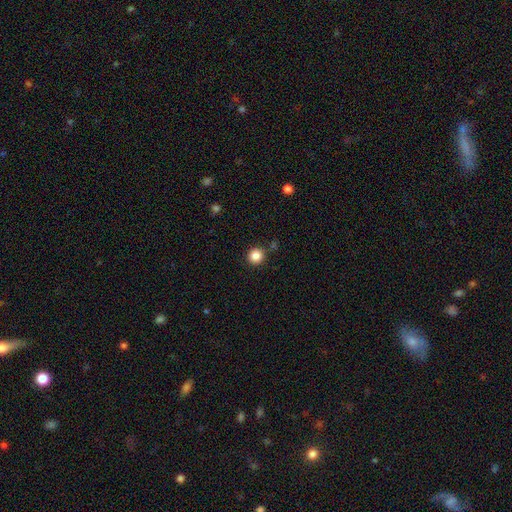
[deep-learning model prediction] Smooth or featured?
  - smooth: 85% *
  - star or artifact: 11%
  - featured or disk: 4%
How rounded?
  - round: 94% *
  - in between: 5%
  - cigar-shaped: 1%
Merging?
  - none: 87% *
  - minor disturbance: 7%
  - merger: 3%
  - major disturbance: 2%